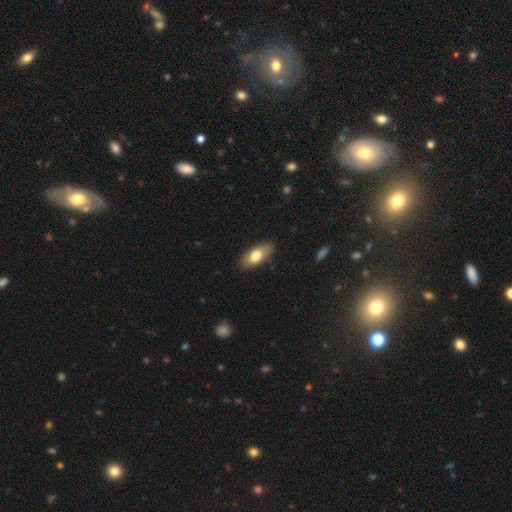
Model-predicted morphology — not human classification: Smooth or featured? Predicted: smooth (p=0.73). How rounded? Predicted: in between (p=0.85). Merging? Predicted: none (p=0.84).